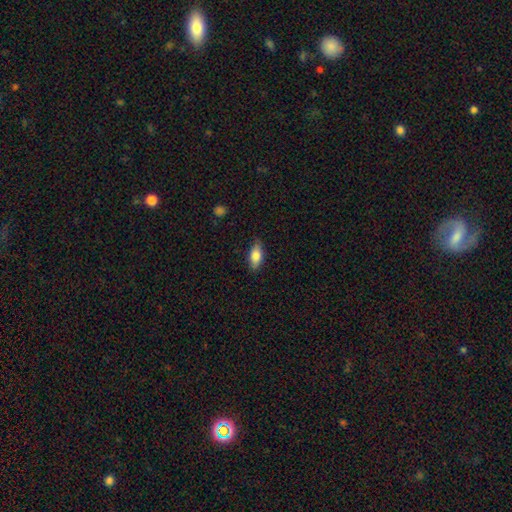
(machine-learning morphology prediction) Q: Smooth or featured?
A: smooth (76%); runner-up: featured or disk (17%)
Q: How rounded?
A: in between (83%); runner-up: cigar-shaped (14%)
Q: Merging?
A: none (82%); runner-up: minor disturbance (15%)